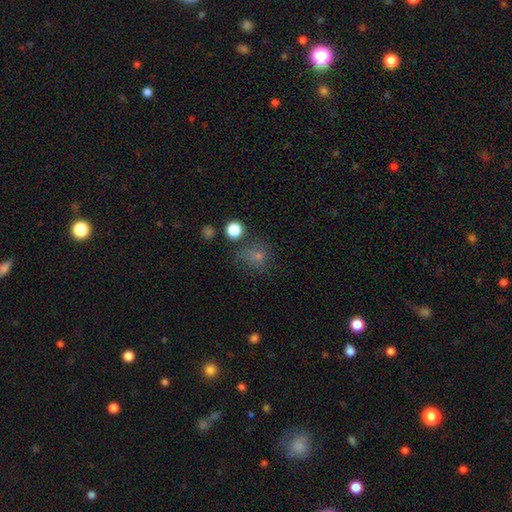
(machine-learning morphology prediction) The model was most divided on "merging": none: 61%, minor disturbance: 19%, major disturbance: 12%, merger: 8%. More confident: how rounded — round (80%); smooth or featured — smooth (68%).